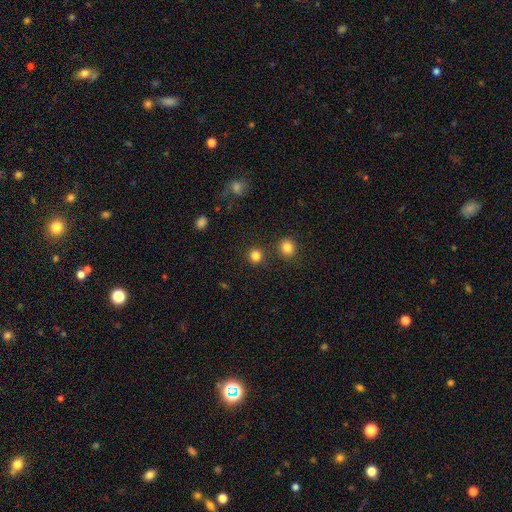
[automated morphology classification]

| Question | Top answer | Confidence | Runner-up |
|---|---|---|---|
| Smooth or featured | smooth | 82% | star or artifact (14%) |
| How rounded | round | 91% | in between (8%) |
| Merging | none | 85% | minor disturbance (6%) |